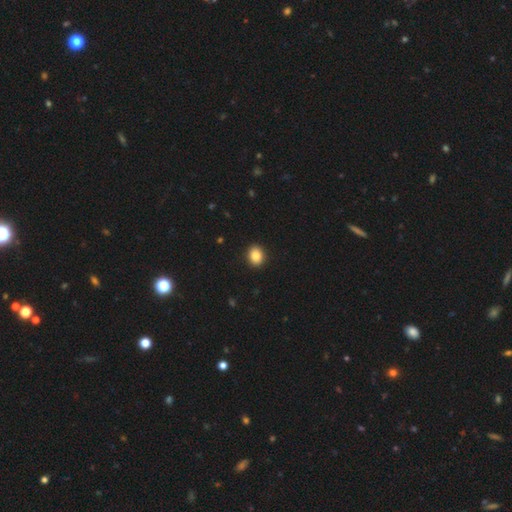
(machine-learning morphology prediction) Smooth or featured?
  - smooth: 87% *
  - star or artifact: 9%
  - featured or disk: 4%
How rounded?
  - round: 51% *
  - in between: 48%
  - cigar-shaped: 1%
Merging?
  - none: 92% *
  - minor disturbance: 6%
  - major disturbance: 2%
  - merger: 1%